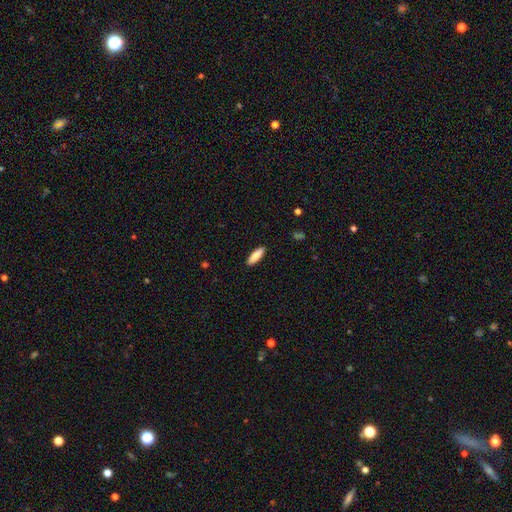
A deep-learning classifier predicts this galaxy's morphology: This is clearly a smooth galaxy (85%). How rounded: possibly cigar-shaped (52%). Merging: clearly none (90%).